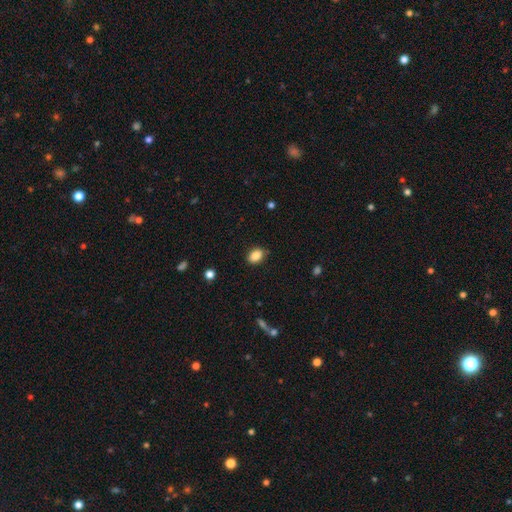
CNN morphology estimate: Overall: smooth (88%). How rounded: in between (78%). Merging: none (83%).